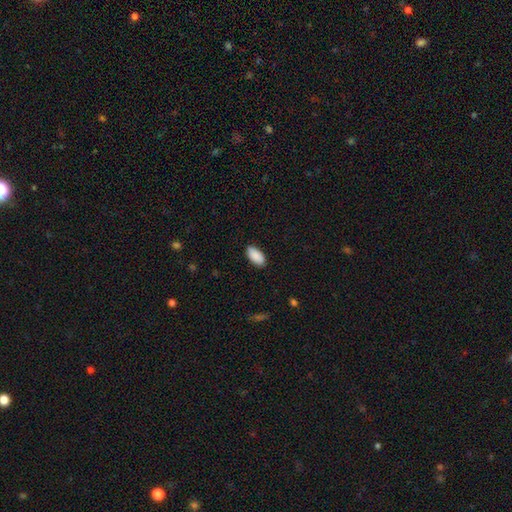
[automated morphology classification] Smooth or featured?
  - smooth: 91% *
  - star or artifact: 6%
  - featured or disk: 3%
How rounded?
  - in between: 94% *
  - cigar-shaped: 4%
  - round: 2%
Merging?
  - none: 88% *
  - minor disturbance: 9%
  - major disturbance: 2%
  - merger: 1%